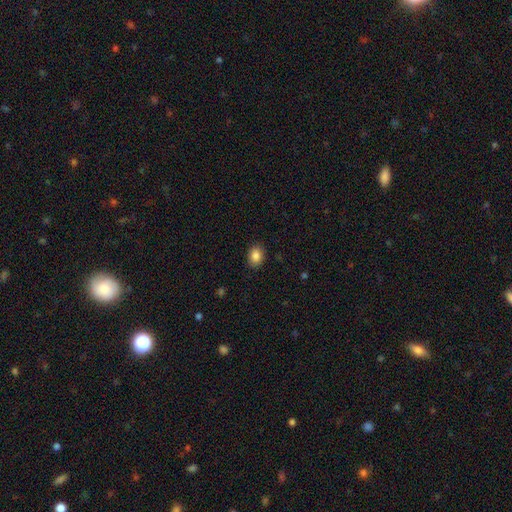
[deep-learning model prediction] This appears to be a smooth galaxy with no disk features (86%) that is in between round and cigar-shaped (69%). Merging: none (89%).